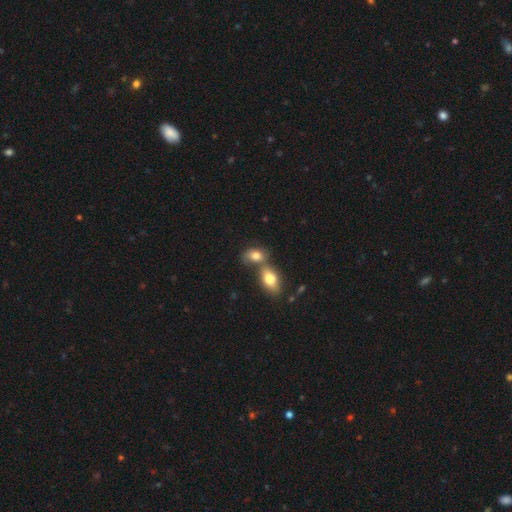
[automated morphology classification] A smooth galaxy with no disk features (79%) that is in between round and cigar-shaped (81%). Merging: merger (52%).